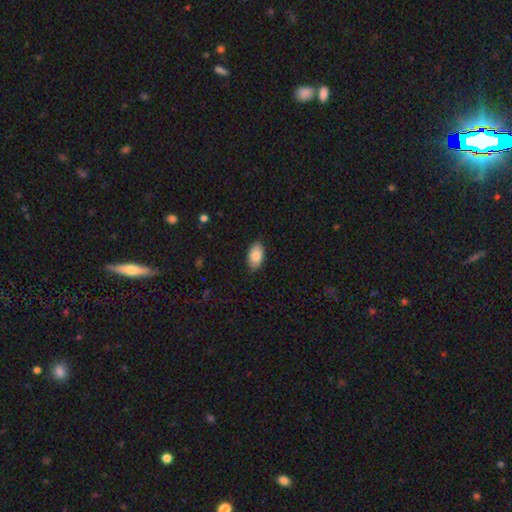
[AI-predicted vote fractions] smooth_or_featured: smooth (p=0.86) [alt: featured or disk p=0.08]
how_rounded: in between (p=0.94) [alt: round p=0.04]
merging: none (p=0.86) [alt: minor disturbance p=0.11]